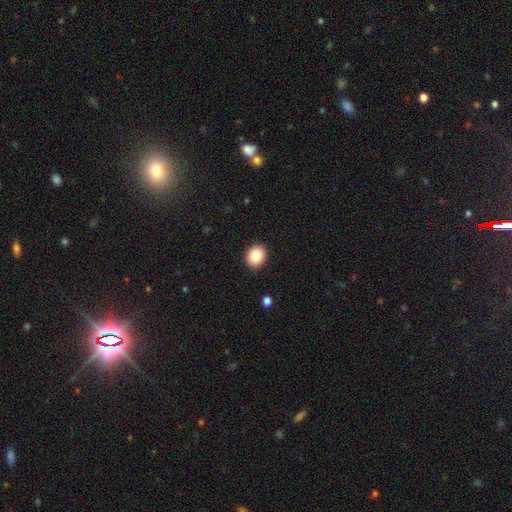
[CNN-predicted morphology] This appears to be a smooth galaxy with no disk features (84%) that is round (63%). Merging: none (91%).